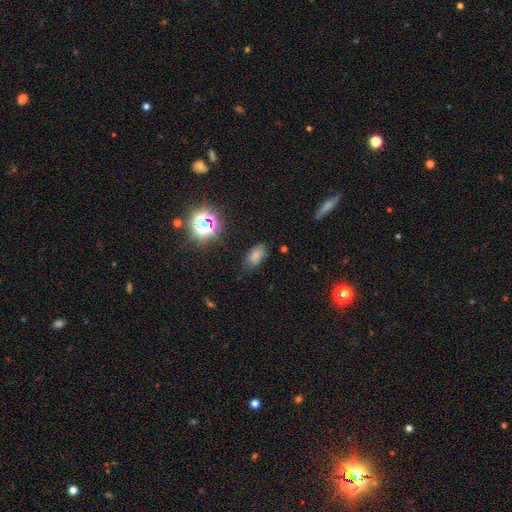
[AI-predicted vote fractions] smooth-or-featured: smooth: 72% | star or artifact: 19% | featured or disk: 9%
  how-rounded: in between: 90% | round: 6% | cigar-shaped: 3%
  merging: none: 74% | minor disturbance: 19% | major disturbance: 5% | merger: 2%